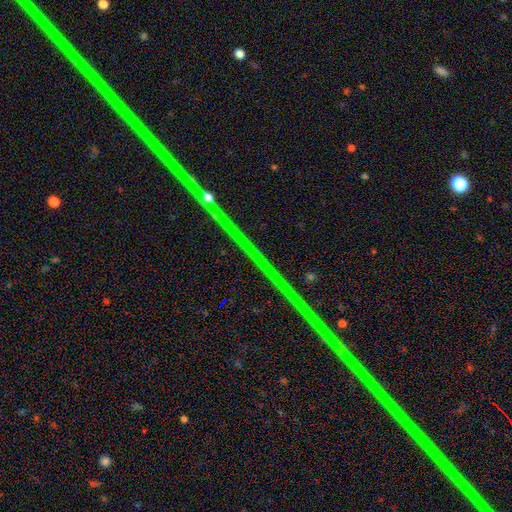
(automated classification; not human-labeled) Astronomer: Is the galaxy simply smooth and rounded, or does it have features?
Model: star or artifact — 90%.